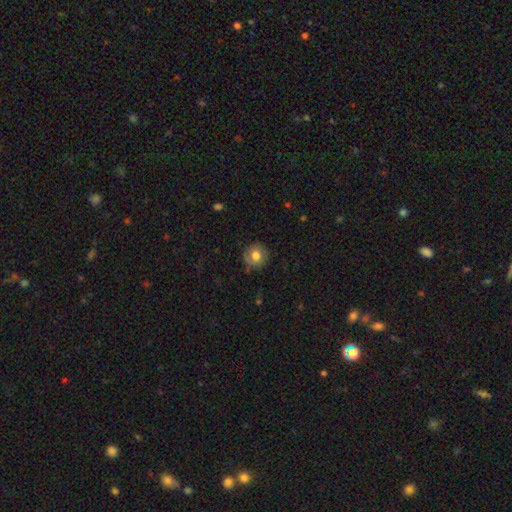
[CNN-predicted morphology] smooth 75%, featured or disk 16%, star or artifact 9%. Down the decision tree: how rounded — round (91%); merging — none (84%).